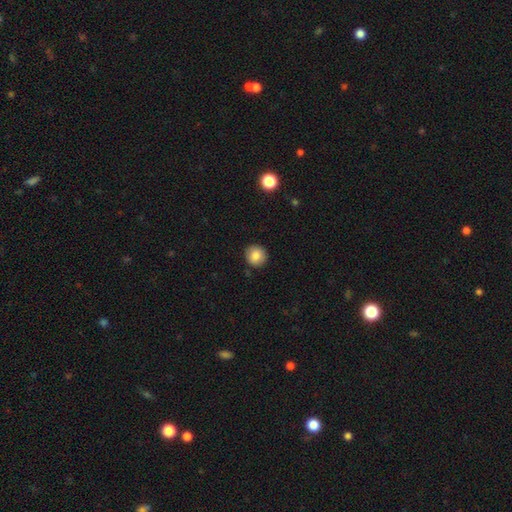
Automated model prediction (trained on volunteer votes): smooth 84%, star or artifact 9%, featured or disk 7%. Down the decision tree: how rounded — round (93%); merging — none (91%).